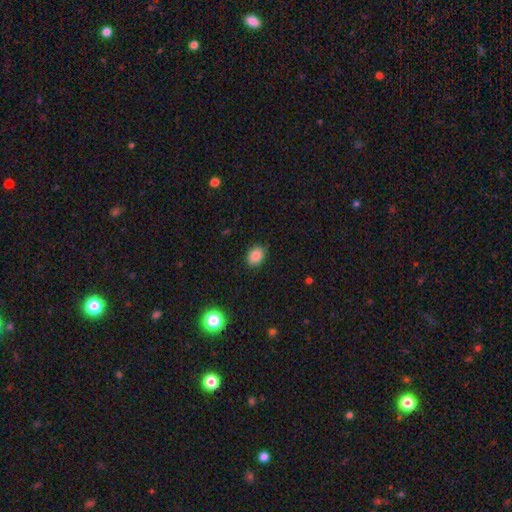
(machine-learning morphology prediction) Overall: smooth (84%). How rounded: in between (63%; round 36%). Merging: none (86%).